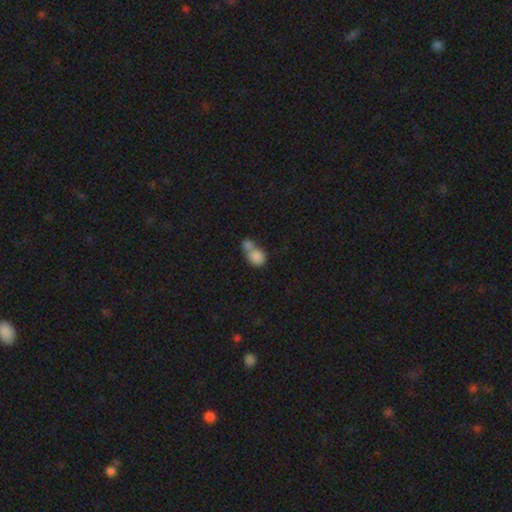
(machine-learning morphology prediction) Smooth or featured: smooth — 82% (featured or disk — 10%)
How rounded: round — 60% (in between — 39%)
Merging: merger — 67% (none — 22%)